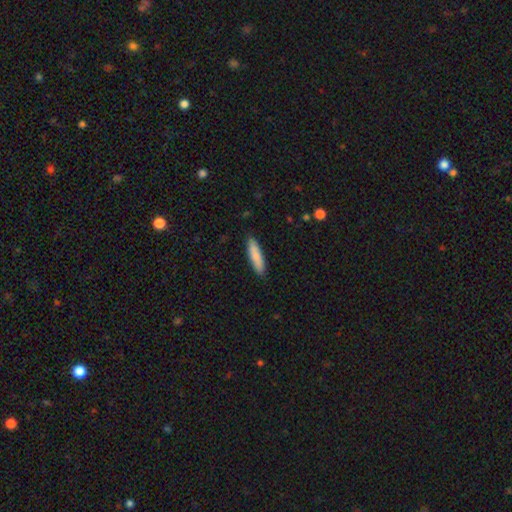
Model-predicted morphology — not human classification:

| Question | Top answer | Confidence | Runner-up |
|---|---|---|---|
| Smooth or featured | smooth | 85% | featured or disk (10%) |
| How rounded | cigar-shaped | 73% | in between (26%) |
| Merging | none | 89% | minor disturbance (9%) |